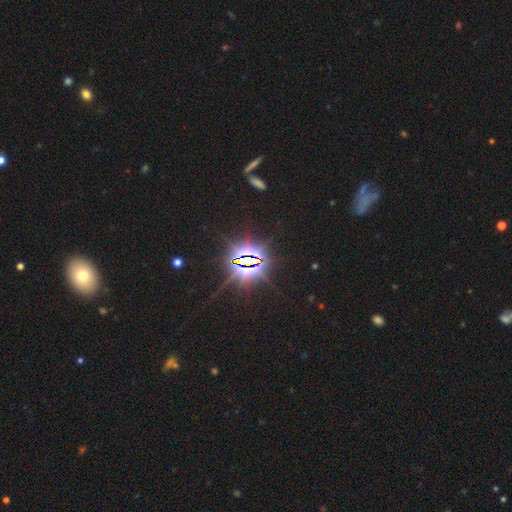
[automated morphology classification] Smooth or featured? Predicted: star or artifact (p=0.83).